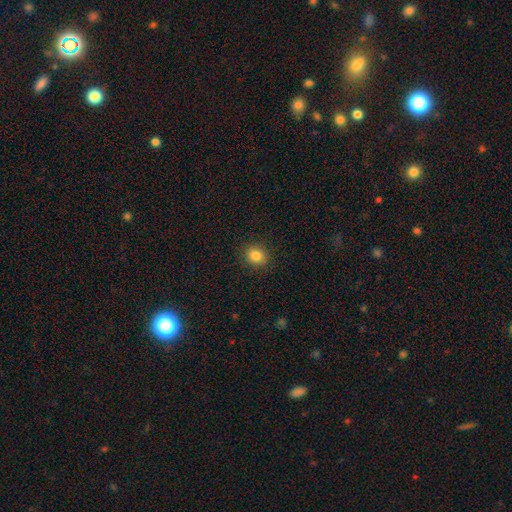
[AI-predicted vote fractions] Q: Smooth or featured?
A: smooth (84%); runner-up: star or artifact (11%)
Q: How rounded?
A: round (63%); runner-up: in between (36%)
Q: Merging?
A: none (89%); runner-up: minor disturbance (7%)